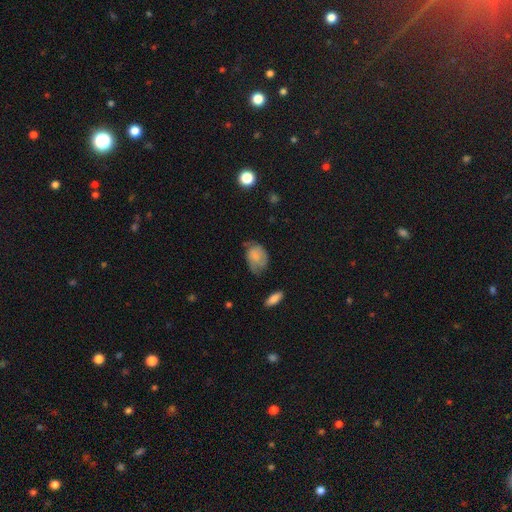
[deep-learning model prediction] Overall: smooth (75%). How rounded: in between (78%). Merging: none (42%; minor disturbance 39%).